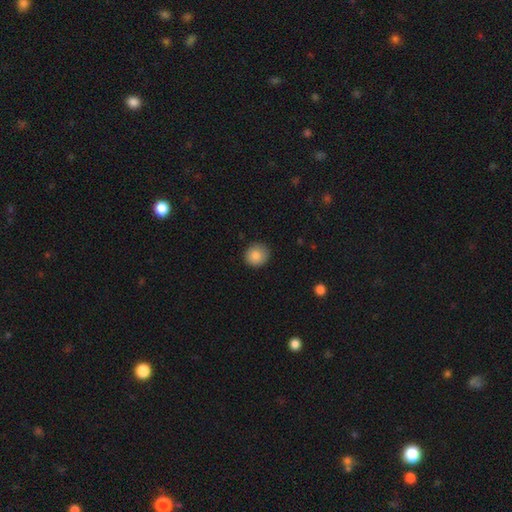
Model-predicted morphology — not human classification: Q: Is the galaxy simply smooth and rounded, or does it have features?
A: smooth — 84%.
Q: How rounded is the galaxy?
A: round — 88%.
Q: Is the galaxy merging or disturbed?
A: none — 86%.